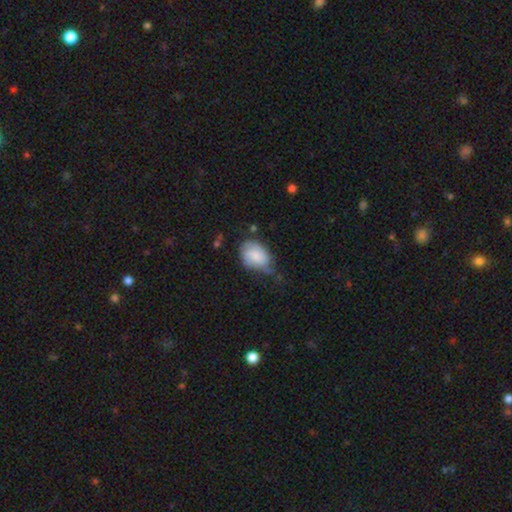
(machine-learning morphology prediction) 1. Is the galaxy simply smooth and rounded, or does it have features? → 54% smooth, 39% featured or disk, 7% star or artifact.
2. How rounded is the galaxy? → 73% in between, 25% round, 1% cigar-shaped.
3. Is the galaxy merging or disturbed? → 40% minor disturbance, 36% none, 19% major disturbance, 5% merger.